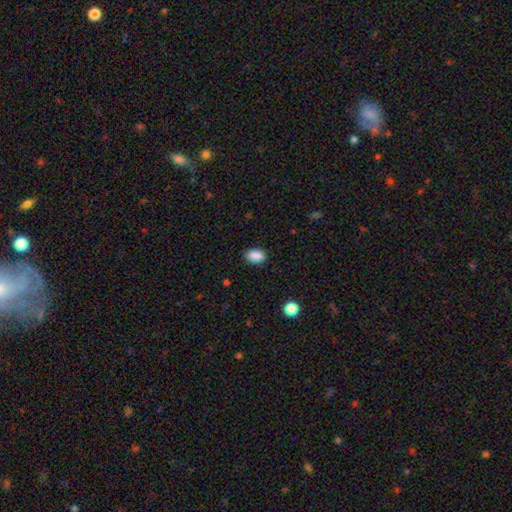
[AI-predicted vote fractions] The model was most divided on "how rounded": in between: 86%, round: 12%, cigar-shaped: 2%. More confident: smooth or featured — smooth (88%); merging — none (86%).